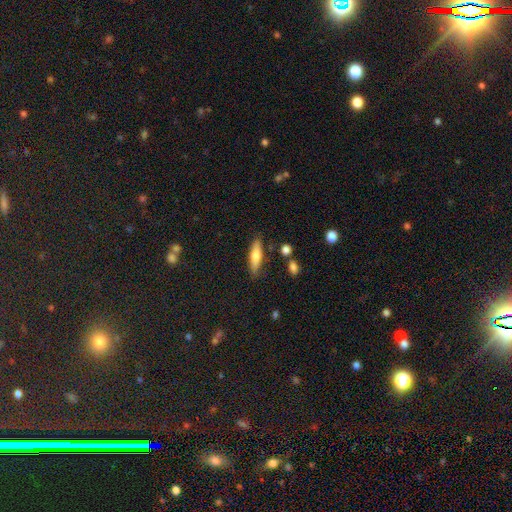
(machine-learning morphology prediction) smooth 68%, featured or disk 25%, star or artifact 7%. Down the decision tree: how rounded — cigar-shaped (62%); merging — none (81%).